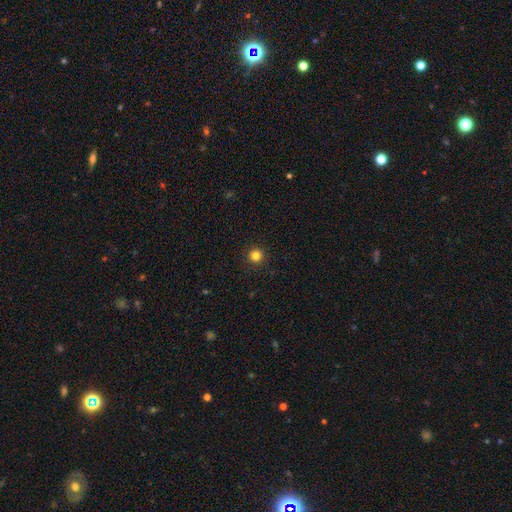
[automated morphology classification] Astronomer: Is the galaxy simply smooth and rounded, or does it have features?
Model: smooth — 82%.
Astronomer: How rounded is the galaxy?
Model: round — 96%.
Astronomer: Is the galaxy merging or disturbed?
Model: none — 93%.